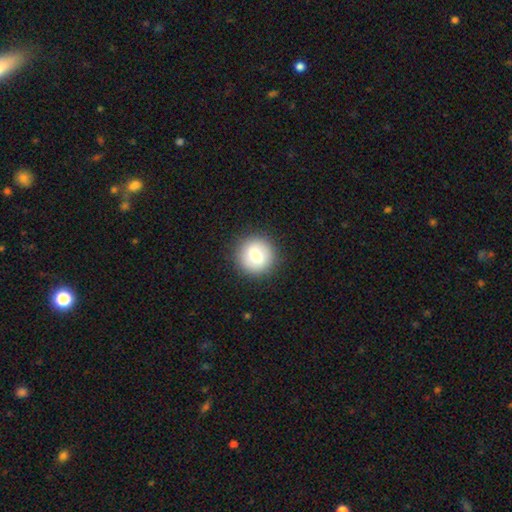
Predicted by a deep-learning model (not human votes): Overall: smooth (71%). How rounded: round (94%). Merging: none (89%).